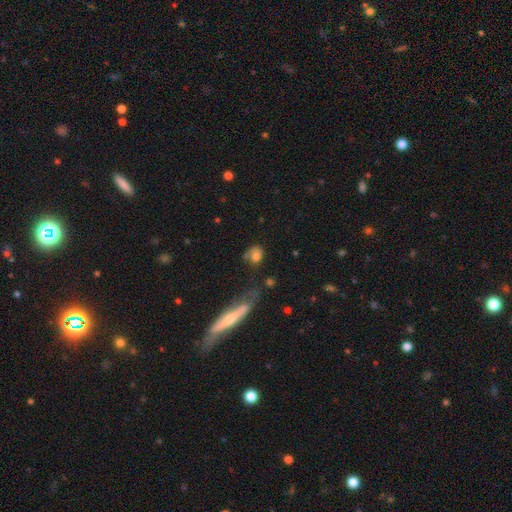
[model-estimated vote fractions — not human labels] This appears to be a smooth galaxy with no disk features (72%) that is round (56%). Merging: none (51%).